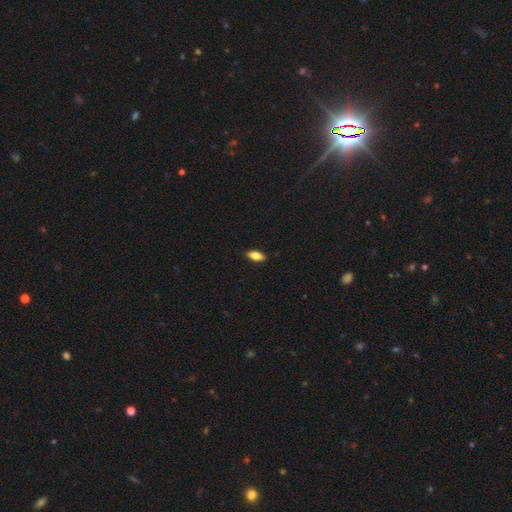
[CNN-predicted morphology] type=smooth (78%); roundness=in between (83%); merging=none (89%).